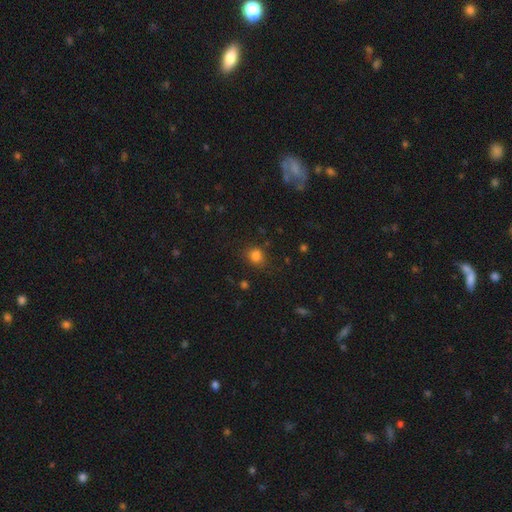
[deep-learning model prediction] smooth-or-featured: smooth: 81% | star or artifact: 14% | featured or disk: 5%
  how-rounded: round: 70% | in between: 29% | cigar-shaped: 1%
  merging: none: 77% | minor disturbance: 15% | major disturbance: 5% | merger: 3%